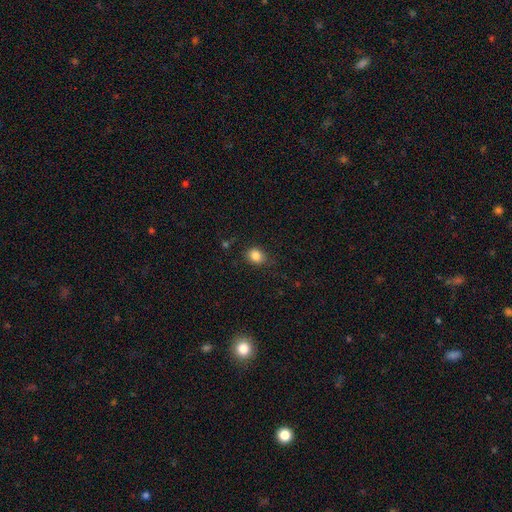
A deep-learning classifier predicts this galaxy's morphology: smooth 85%, star or artifact 10%, featured or disk 5%. Down the decision tree: how rounded — round (58%); merging — none (82%).